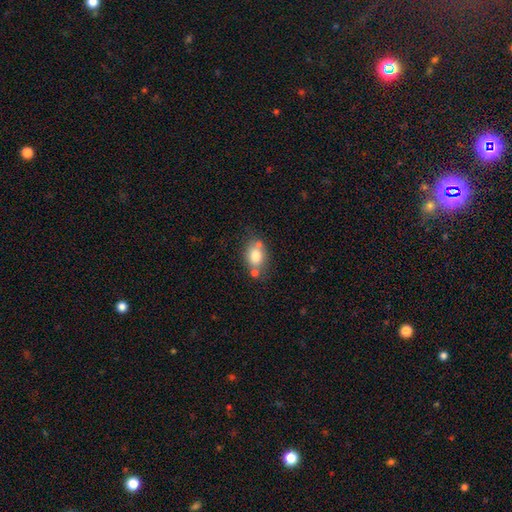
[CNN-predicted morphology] type=smooth (76%); roundness=in between (69%); merging=none (58%).